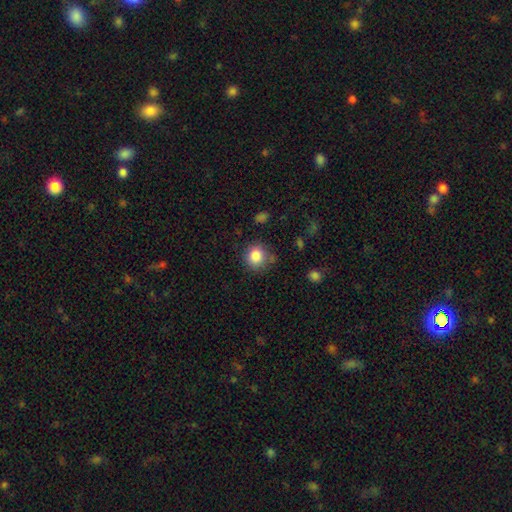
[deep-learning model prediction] Smooth or featured?
  - smooth: 85% *
  - star or artifact: 10%
  - featured or disk: 5%
How rounded?
  - round: 88% *
  - in between: 11%
  - cigar-shaped: 1%
Merging?
  - none: 76% *
  - minor disturbance: 16%
  - major disturbance: 5%
  - merger: 3%